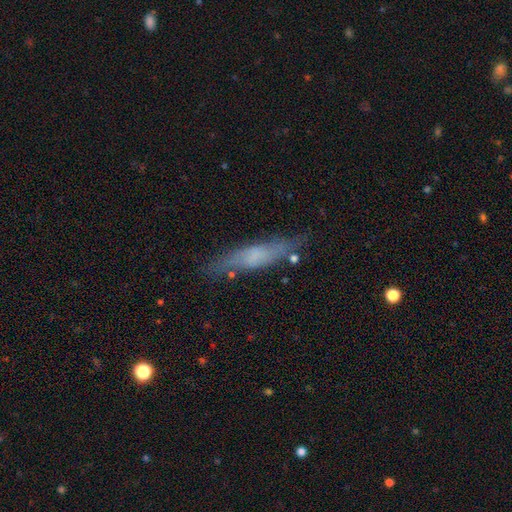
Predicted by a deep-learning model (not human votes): Overall: smooth (48%; featured or disk 44%). Merging: none (74%).